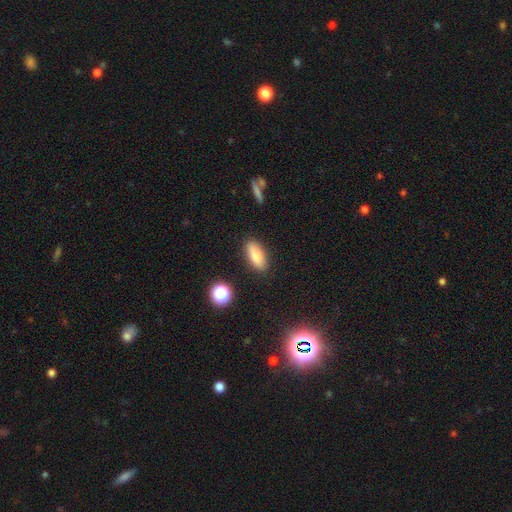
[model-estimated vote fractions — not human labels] This is clearly a smooth galaxy (82%). How rounded: likely in between (77%). Merging: clearly none (85%).